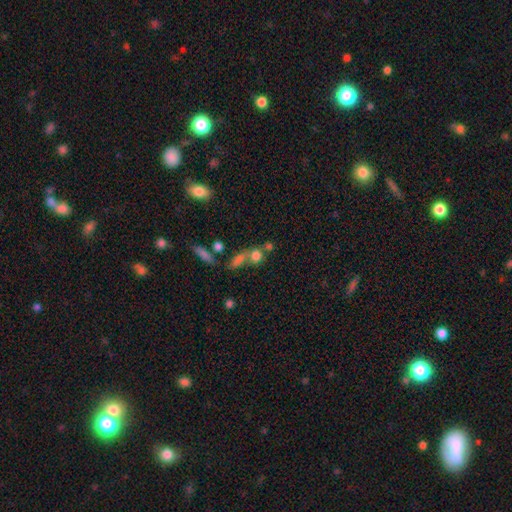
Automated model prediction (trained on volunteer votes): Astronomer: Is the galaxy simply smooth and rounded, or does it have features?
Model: smooth — 74%.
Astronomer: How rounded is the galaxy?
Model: round — 62%.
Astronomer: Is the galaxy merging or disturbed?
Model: merger — 46% (runner-up: none, 38%).